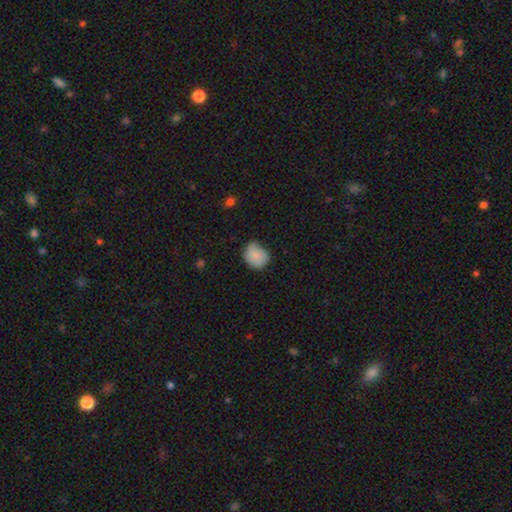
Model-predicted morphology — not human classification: smooth-or-featured: smooth: 82% | featured or disk: 10% | star or artifact: 8%
  how-rounded: round: 64% | in between: 35% | cigar-shaped: 1%
  merging: none: 52% | minor disturbance: 38% | major disturbance: 8% | merger: 2%